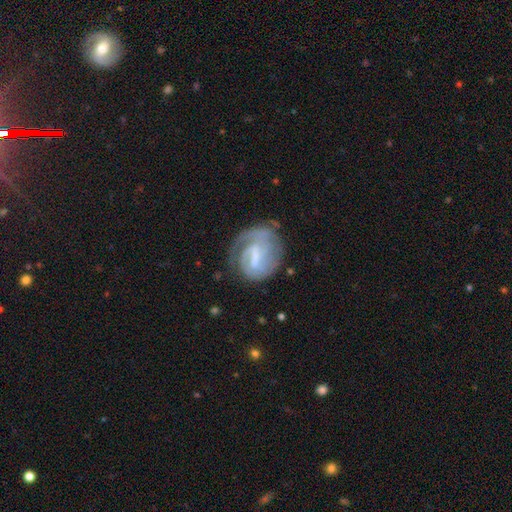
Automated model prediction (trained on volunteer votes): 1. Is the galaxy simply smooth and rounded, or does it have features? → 77% featured or disk, 16% smooth, 7% star or artifact.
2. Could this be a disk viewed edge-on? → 97% no, 3% yes.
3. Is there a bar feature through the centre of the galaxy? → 45% weak, 39% strong, 16% no.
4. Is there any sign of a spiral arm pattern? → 89% yes, 11% no.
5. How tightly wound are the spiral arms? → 56% tight, 33% medium, 12% loose.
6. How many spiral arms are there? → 36% 2, 26% 1, 24% can't tell, 8% 3, 3% 4, 2% more than 4.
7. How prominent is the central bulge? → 35% none, 33% small, 25% moderate, 5% large, 1% dominant.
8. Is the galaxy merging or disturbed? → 60% none, 21% minor disturbance, 16% major disturbance, 2% merger.